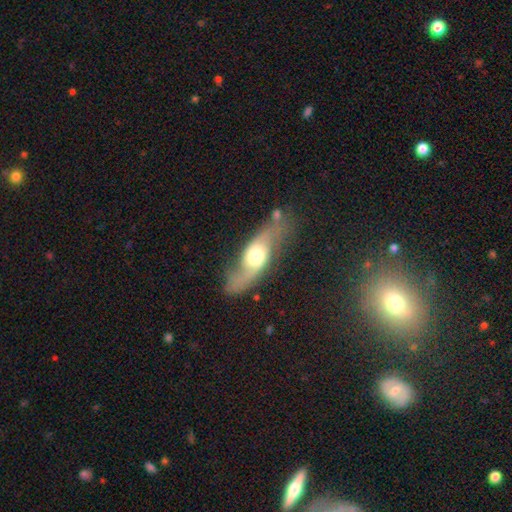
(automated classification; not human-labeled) This appears to be a featured or disk galaxy (71%) with no bar (70%), spiral arms (85%) and a moderate central bulge (62%). Merging: none (57%).